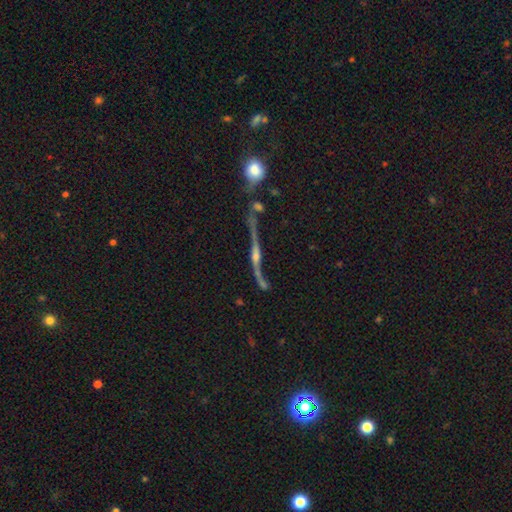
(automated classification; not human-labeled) Overall: featured or disk (79%). Edge-on disk: yes (62%; no 38%). Merging: none (44%; merger 21%).